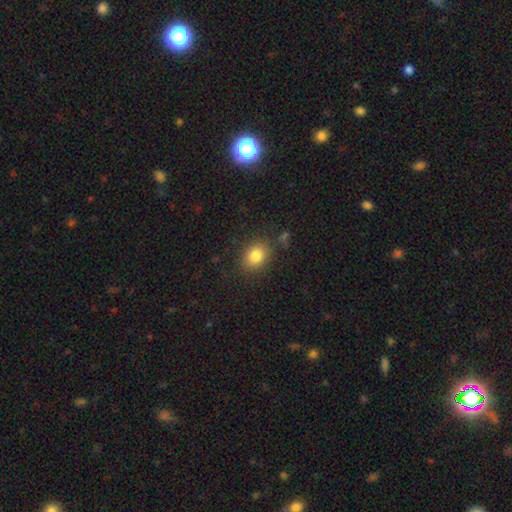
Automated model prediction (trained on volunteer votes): Smooth or featured? smooth (83%)
How rounded? in between (52%)
Merging? none (80%)